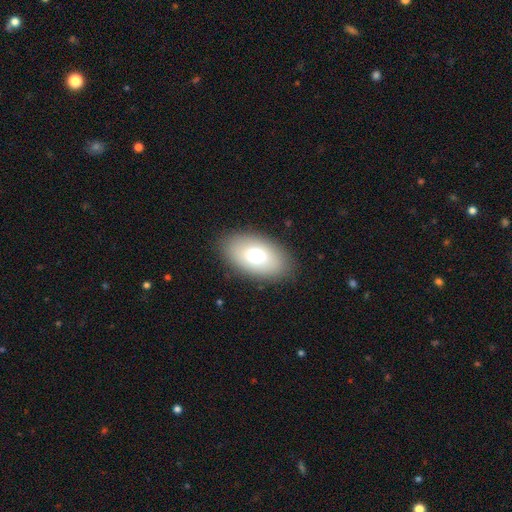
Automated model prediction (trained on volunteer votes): This is likely a smooth galaxy (72%). How rounded: clearly in between (91%). Merging: clearly none (86%).